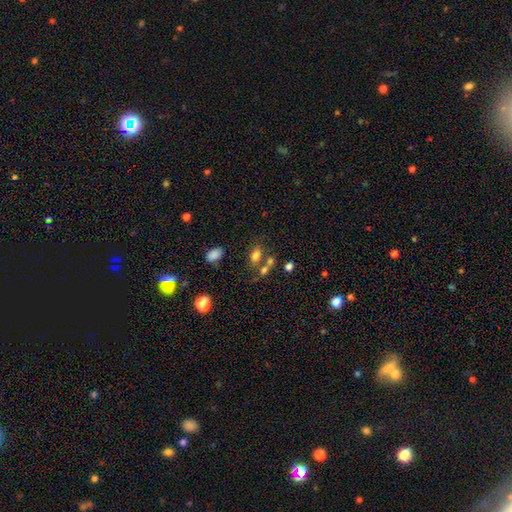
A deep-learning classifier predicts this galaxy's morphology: Smooth or featured?
  - smooth: 77% *
  - star or artifact: 13%
  - featured or disk: 11%
How rounded?
  - in between: 81% *
  - round: 17%
  - cigar-shaped: 2%
Merging?
  - none: 51% *
  - merger: 30%
  - minor disturbance: 13%
  - major disturbance: 6%